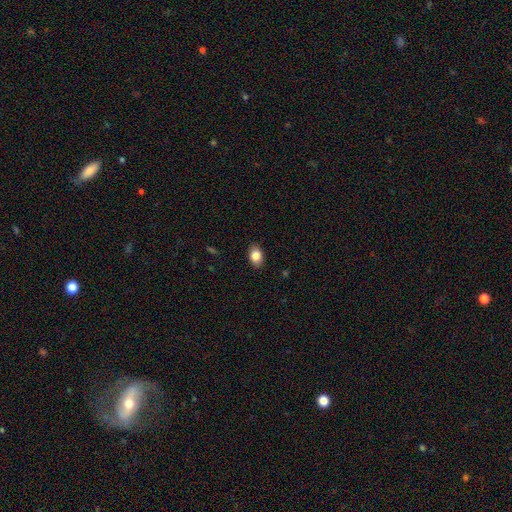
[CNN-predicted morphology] smooth_or_featured: smooth (p=0.84) [alt: star or artifact p=0.09]
how_rounded: in between (p=0.80) [alt: round p=0.19]
merging: none (p=0.88) [alt: minor disturbance p=0.09]